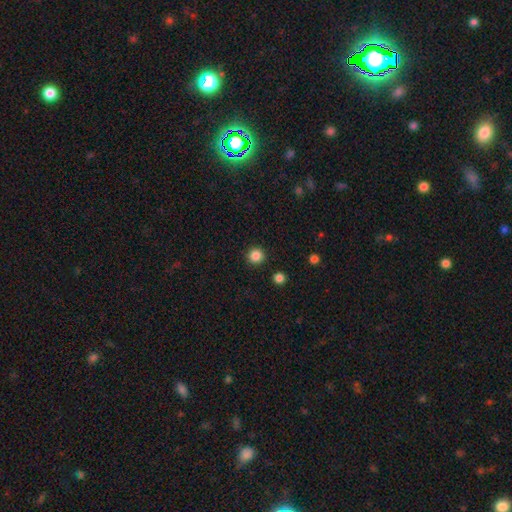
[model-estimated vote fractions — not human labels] Smooth or featured?
  - smooth: 85% *
  - star or artifact: 11%
  - featured or disk: 3%
How rounded?
  - round: 95% *
  - in between: 4%
  - cigar-shaped: 1%
Merging?
  - none: 92% *
  - minor disturbance: 4%
  - major disturbance: 2%
  - merger: 2%